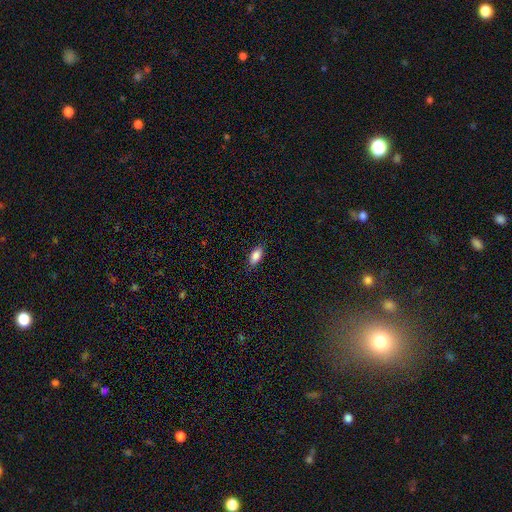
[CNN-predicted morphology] This is clearly a smooth galaxy (87%). How rounded: clearly in between (89%). Merging: clearly none (86%).